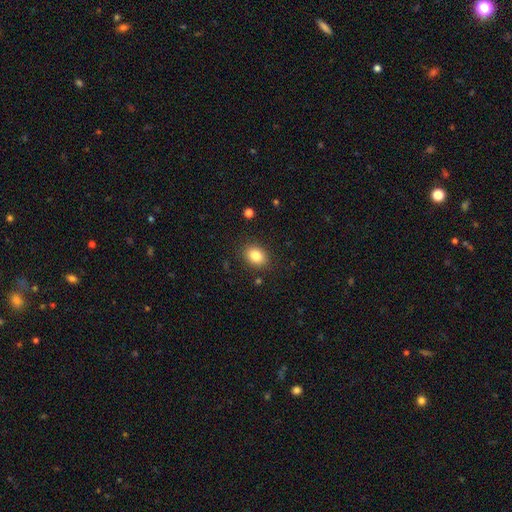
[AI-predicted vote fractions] smooth-or-featured: smooth: 83% | star or artifact: 10% | featured or disk: 7%
  how-rounded: in between: 66% | round: 33% | cigar-shaped: 1%
  merging: none: 86% | minor disturbance: 10% | major disturbance: 3% | merger: 2%